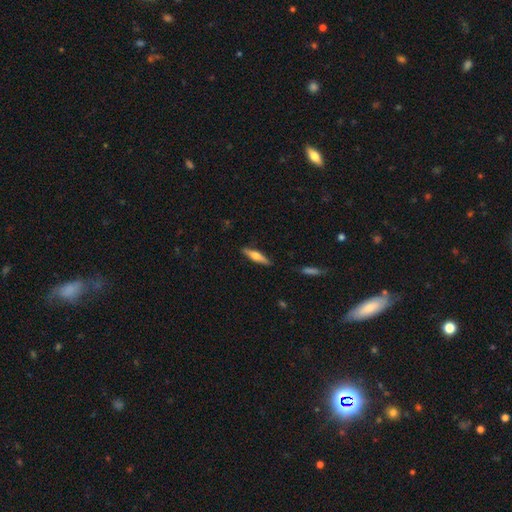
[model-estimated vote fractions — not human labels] A featured or disk galaxy (50%).

Vote fractions:
- Smooth or featured? featured or disk: 50% / smooth: 45% / star or artifact: 6%
- Merging? none: 87% / minor disturbance: 10% / major disturbance: 2% / merger: 1%